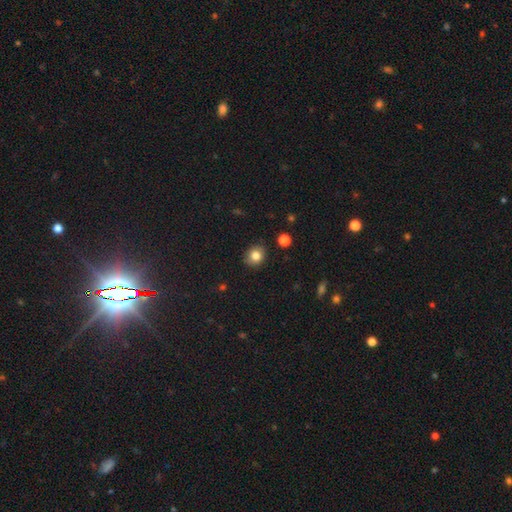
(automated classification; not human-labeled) Smooth or featured: smooth — 81% (star or artifact — 11%)
How rounded: round — 69% (in between — 30%)
Merging: none — 86% (minor disturbance — 10%)